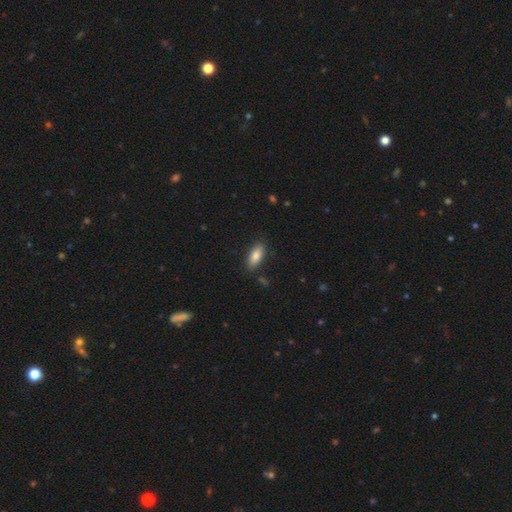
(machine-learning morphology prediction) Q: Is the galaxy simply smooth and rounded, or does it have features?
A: smooth — 83%.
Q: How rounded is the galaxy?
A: in between — 83%.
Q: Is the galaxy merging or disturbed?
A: none — 85%.